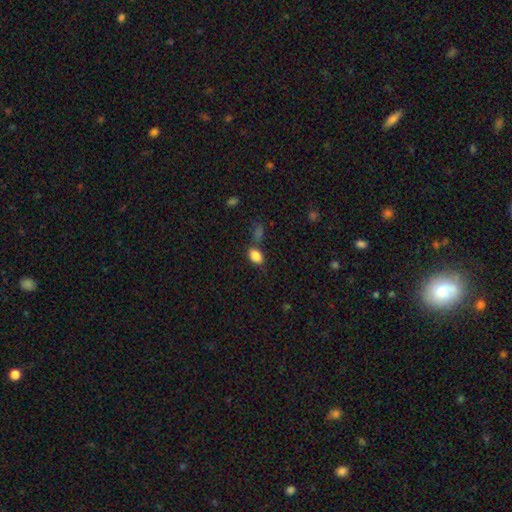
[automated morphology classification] type=smooth (86%); roundness=in between (88%); merging=none (65%).